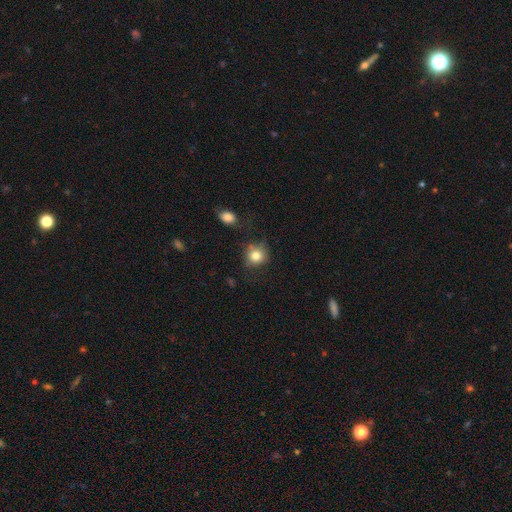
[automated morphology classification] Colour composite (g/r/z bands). It shows a smooth galaxy with no disk features (82%) that is round (84%). Merging: none (69%).